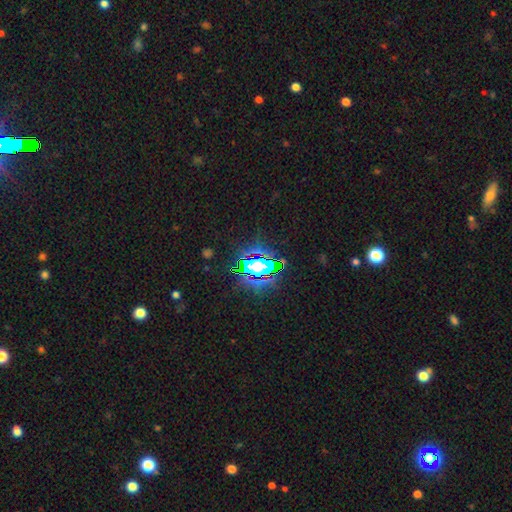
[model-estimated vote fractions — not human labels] Q: Smooth or featured?
A: star or artifact (82%); runner-up: smooth (11%)